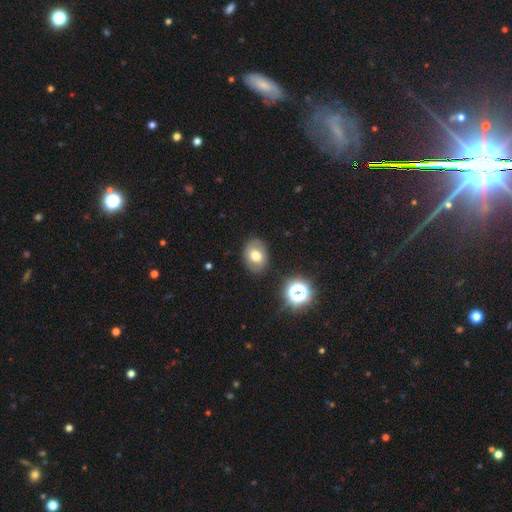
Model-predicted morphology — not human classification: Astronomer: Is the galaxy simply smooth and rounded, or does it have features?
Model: smooth — 70%.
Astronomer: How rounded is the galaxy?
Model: in between — 58% (runner-up: round, 42%).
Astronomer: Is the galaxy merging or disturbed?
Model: none — 83%.